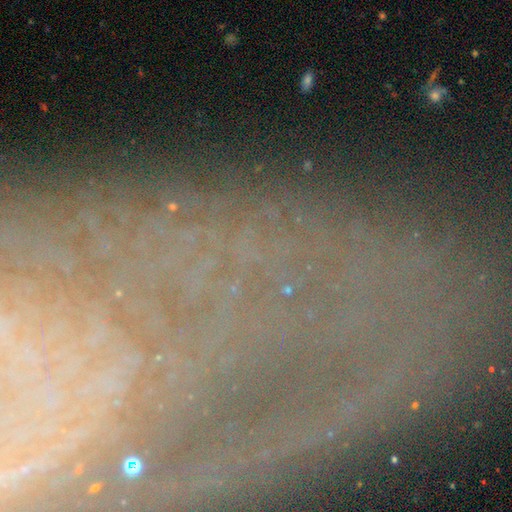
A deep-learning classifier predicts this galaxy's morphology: star or artifact 52%, featured or disk 33%, smooth 15%.